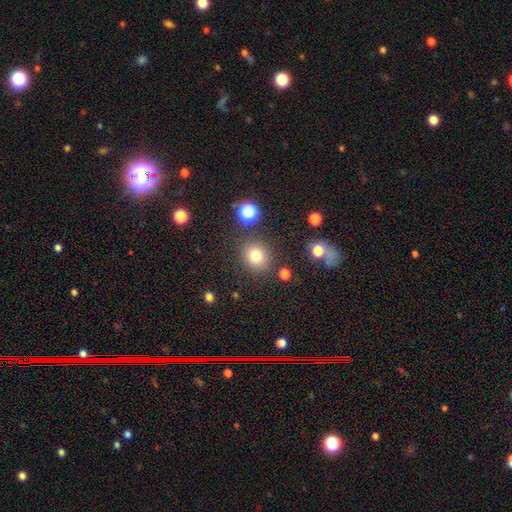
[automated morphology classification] smooth 76%, star or artifact 16%, featured or disk 8%. Down the decision tree: how rounded — round (89%); merging — none (85%).